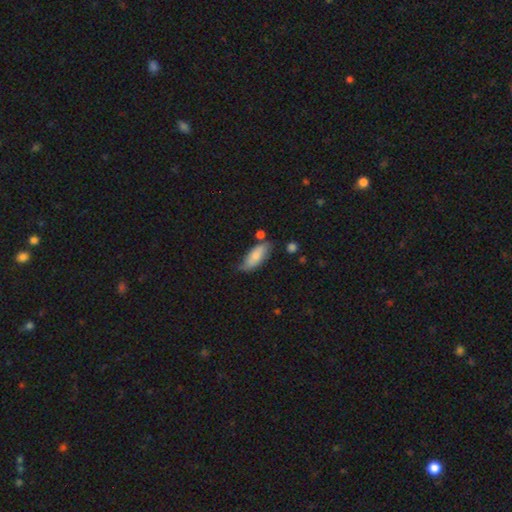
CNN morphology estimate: The model was most divided on "merging": none: 64%, minor disturbance: 26%, merger: 6%, major disturbance: 5%. More confident: how rounded — in between (79%); smooth or featured — smooth (72%).